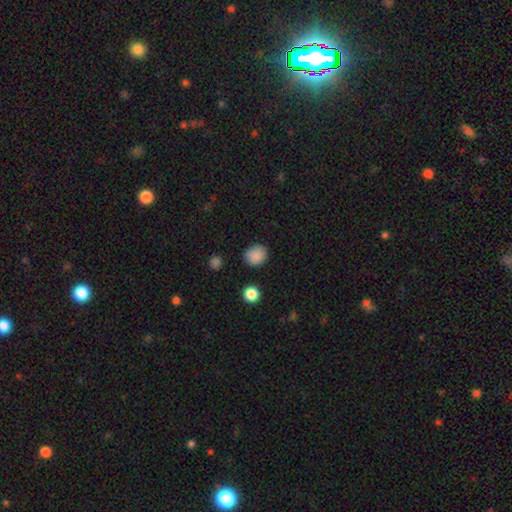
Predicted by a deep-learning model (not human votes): smooth 86%, star or artifact 10%, featured or disk 4%. Down the decision tree: how rounded — round (72%); merging — none (82%).